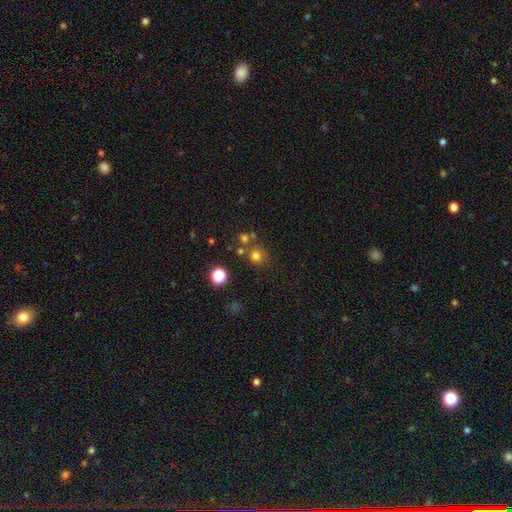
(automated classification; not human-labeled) This is likely a smooth galaxy (73%). How rounded: clearly round (92%). Merging: likely none (74%).